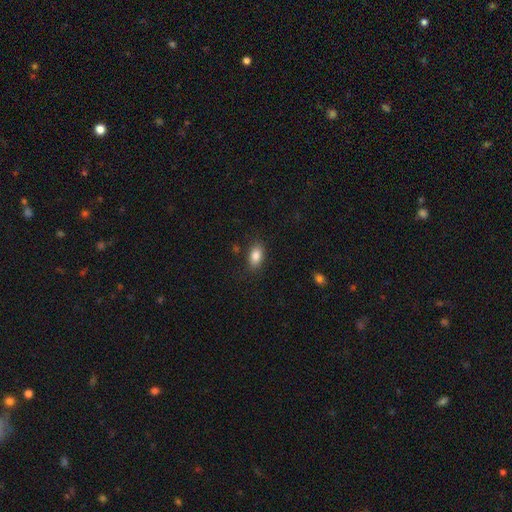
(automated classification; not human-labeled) Overall: smooth (86%). How rounded: in between (90%). Merging: none (85%).